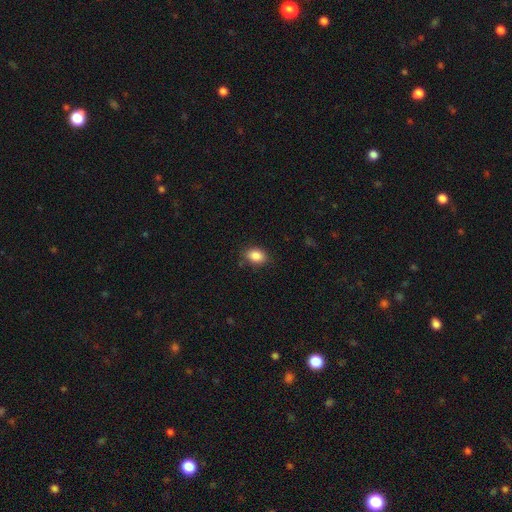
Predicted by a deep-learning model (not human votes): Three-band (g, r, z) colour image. It shows a smooth galaxy with no disk features (87%) that is in between round and cigar-shaped (73%). Merging: none (83%).